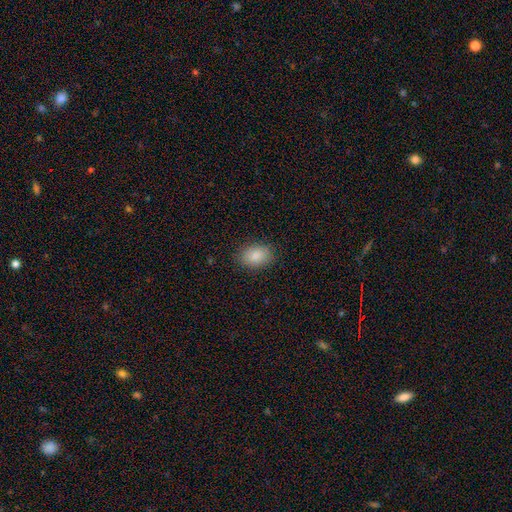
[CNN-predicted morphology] Smooth or featured? smooth (87%)
How rounded? in between (83%)
Merging? none (86%)